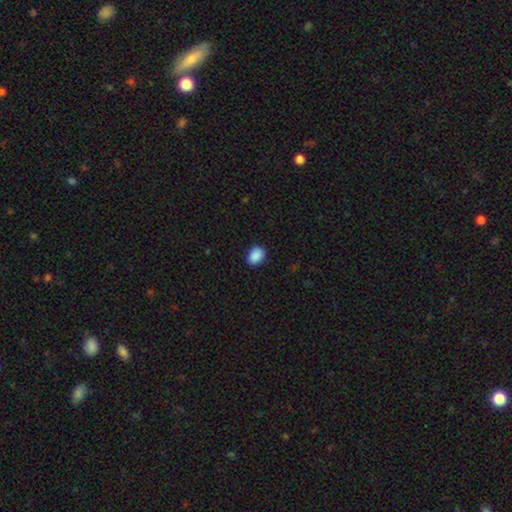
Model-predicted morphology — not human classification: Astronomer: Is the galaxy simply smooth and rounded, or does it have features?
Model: smooth — 90%.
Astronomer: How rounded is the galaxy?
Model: in between — 76%.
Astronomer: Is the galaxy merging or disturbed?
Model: none — 87%.